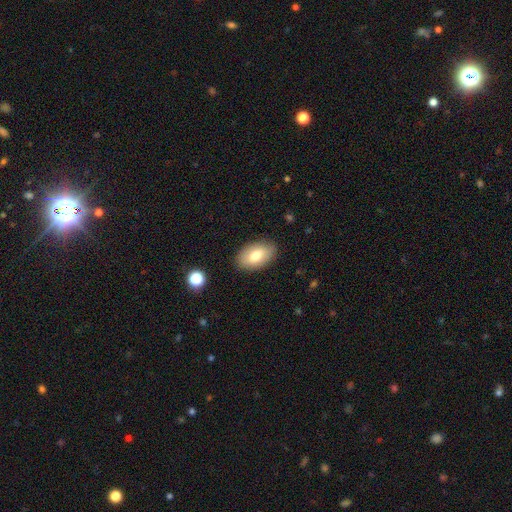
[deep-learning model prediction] Smooth or featured? Predicted: smooth (p=0.75). How rounded? Predicted: in between (p=0.93). Merging? Predicted: none (p=0.87).